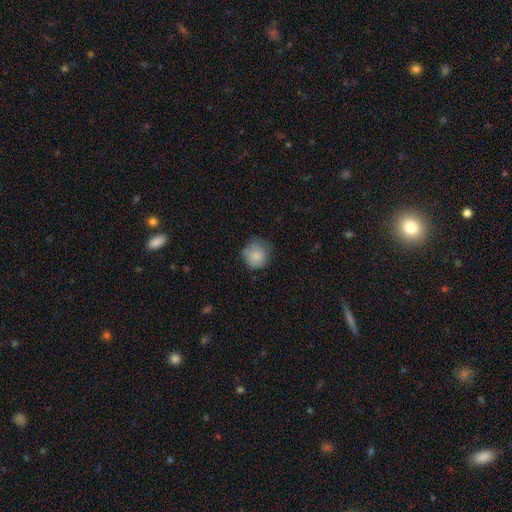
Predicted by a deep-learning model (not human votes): A smooth galaxy with no disk features (82%) that is round (87%). Merging: none (67%).